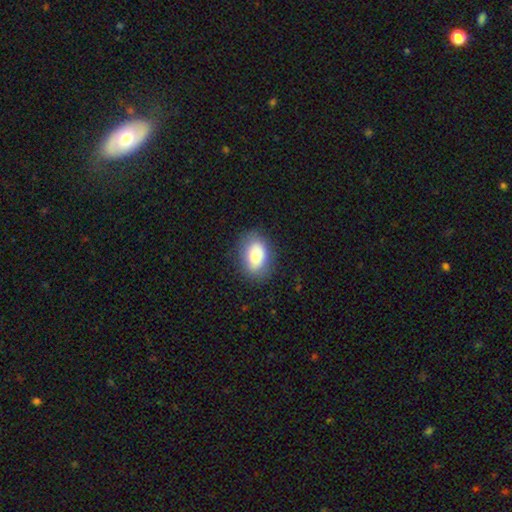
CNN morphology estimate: type=smooth (78%); roundness=in between (83%); merging=none (78%).